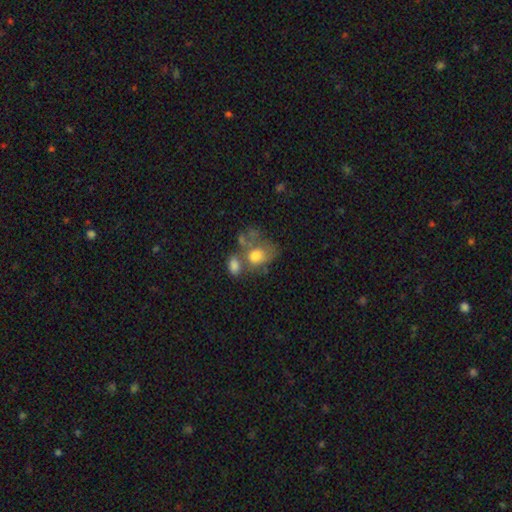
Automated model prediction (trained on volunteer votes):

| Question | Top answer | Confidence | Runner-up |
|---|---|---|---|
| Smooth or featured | smooth | 68% | featured or disk (23%) |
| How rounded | in between | 63% | round (36%) |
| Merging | merger | 42% | none (27%) |